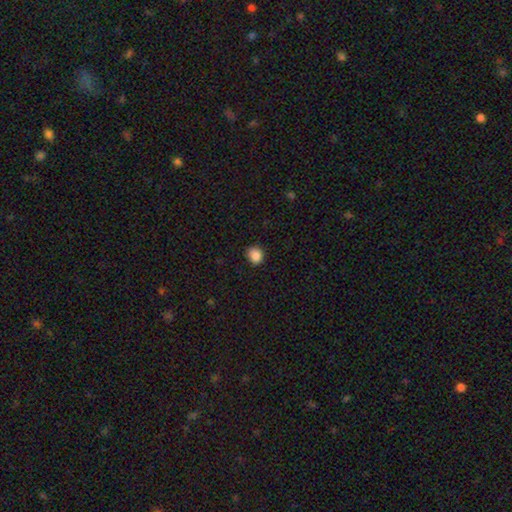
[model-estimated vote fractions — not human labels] Smooth or featured: smooth — 86% (star or artifact — 10%)
How rounded: round — 76% (in between — 23%)
Merging: none — 81% (minor disturbance — 15%)